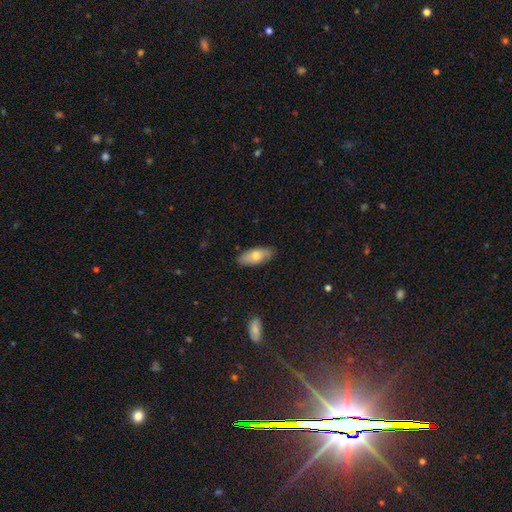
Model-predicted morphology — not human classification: Smooth or featured: smooth — 69% (featured or disk — 25%)
How rounded: in between — 86% (cigar-shaped — 11%)
Merging: none — 81% (minor disturbance — 15%)